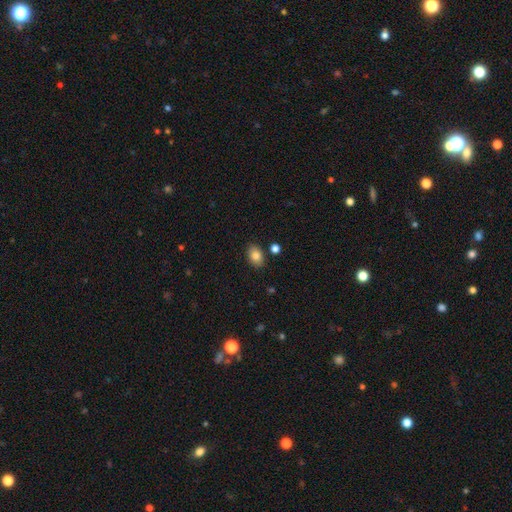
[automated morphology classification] smooth-or-featured: smooth: 83% | star or artifact: 9% | featured or disk: 8%
  how-rounded: in between: 82% | round: 17% | cigar-shaped: 1%
  merging: none: 85% | minor disturbance: 10% | merger: 3% | major disturbance: 2%